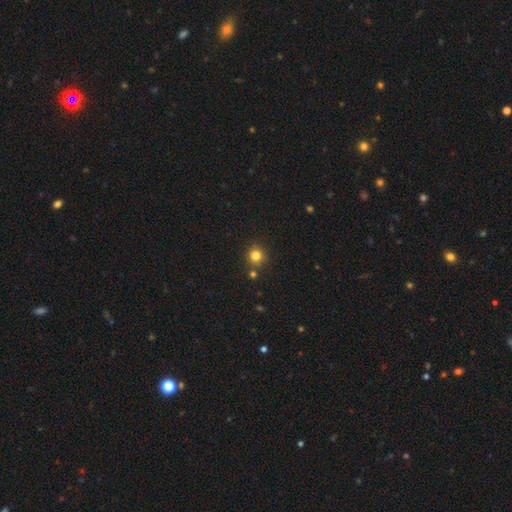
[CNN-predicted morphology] Smooth or featured? Predicted: smooth (p=0.80). How rounded? Predicted: round (p=0.89). Merging? Predicted: none (p=0.80).